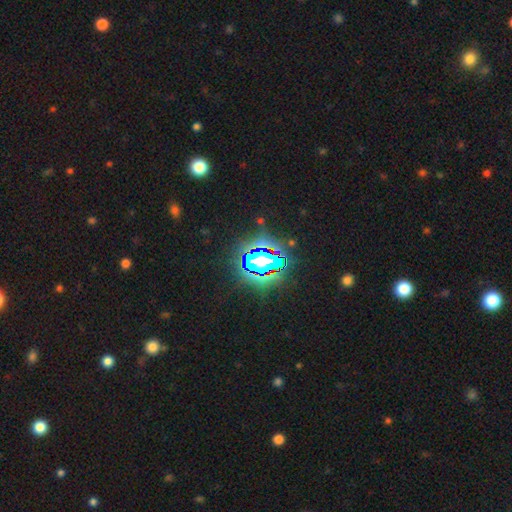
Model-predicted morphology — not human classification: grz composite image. It shows a star or artifact, not a galaxy (65%).